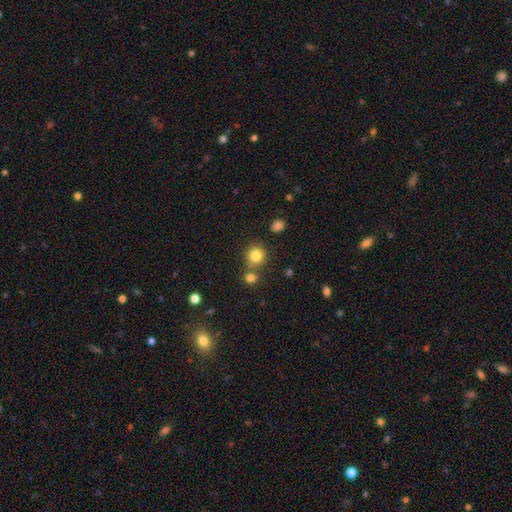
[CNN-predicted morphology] A smooth galaxy with no disk features (82%) that is round (89%).

Vote fractions:
- Smooth or featured? smooth: 82% / star or artifact: 12% / featured or disk: 6%
- How rounded? round: 89% / in between: 10% / cigar-shaped: 1%
- Merging? none: 71% / merger: 18% / minor disturbance: 8% / major disturbance: 3%